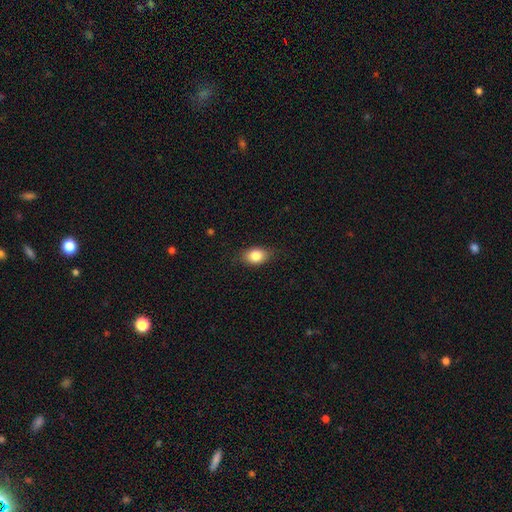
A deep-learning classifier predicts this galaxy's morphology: This appears to be a smooth galaxy with no disk features (83%) that is in between round and cigar-shaped (75%). Merging: none (80%).